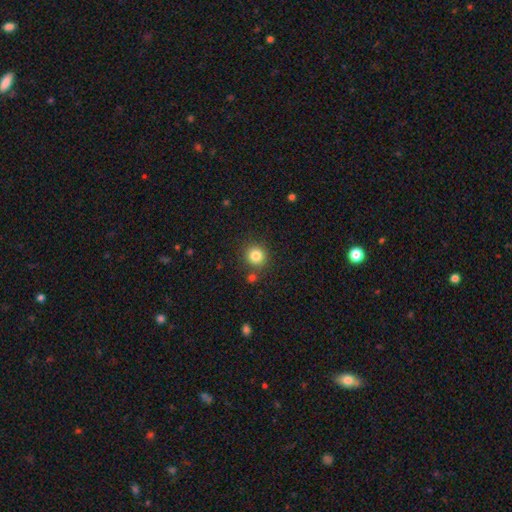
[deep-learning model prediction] Overall: smooth (83%). How rounded: round (92%). Merging: none (82%).